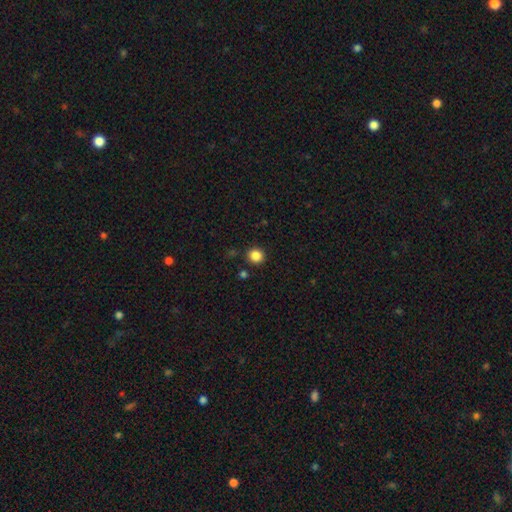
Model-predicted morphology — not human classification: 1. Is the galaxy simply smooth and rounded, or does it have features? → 85% smooth, 11% star or artifact, 4% featured or disk.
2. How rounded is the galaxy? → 89% round, 10% in between, 1% cigar-shaped.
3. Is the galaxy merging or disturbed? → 89% none, 6% minor disturbance, 2% merger, 2% major disturbance.